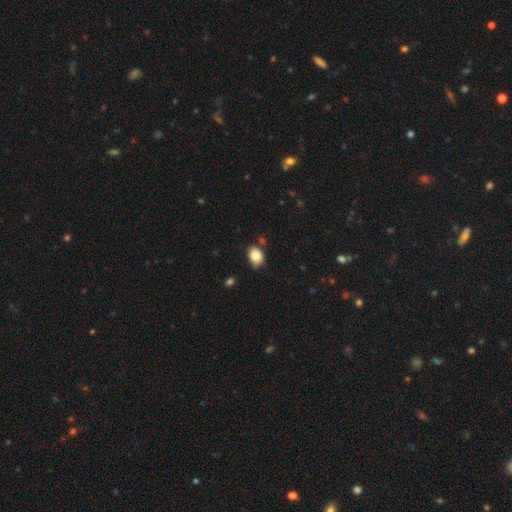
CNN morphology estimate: A smooth galaxy with no disk features (83%) that is in between round and cigar-shaped (69%). Merging: none (70%).